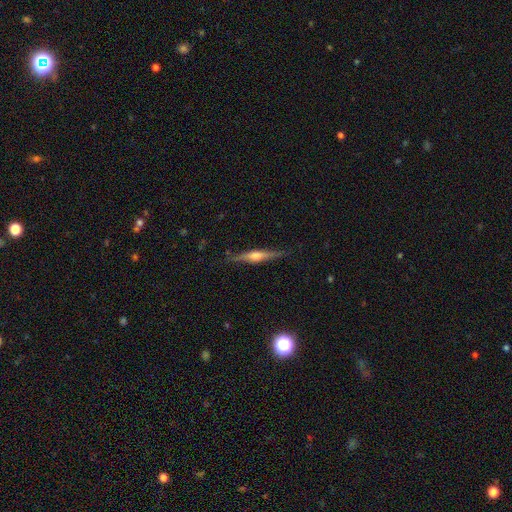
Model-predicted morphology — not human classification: Smooth or featured?
  - featured or disk: 72% *
  - smooth: 22%
  - star or artifact: 6%
Edge-on disk?
  - yes: 97% *
  - no: 3%
Edge-on bulge?
  - rounded: 84% *
  - boxy: 11%
  - none: 5%
Merging?
  - none: 86% *
  - minor disturbance: 10%
  - major disturbance: 2%
  - merger: 1%